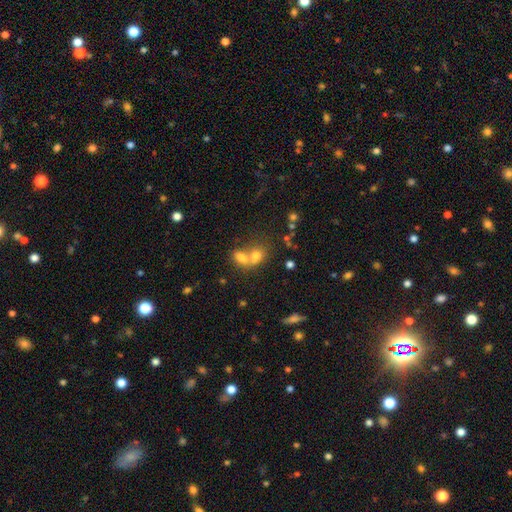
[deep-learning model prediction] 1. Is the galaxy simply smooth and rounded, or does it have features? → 71% smooth, 16% featured or disk, 13% star or artifact.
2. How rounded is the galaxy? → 59% in between, 39% round, 2% cigar-shaped.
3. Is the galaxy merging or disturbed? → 65% merger, 24% none, 6% minor disturbance, 4% major disturbance.